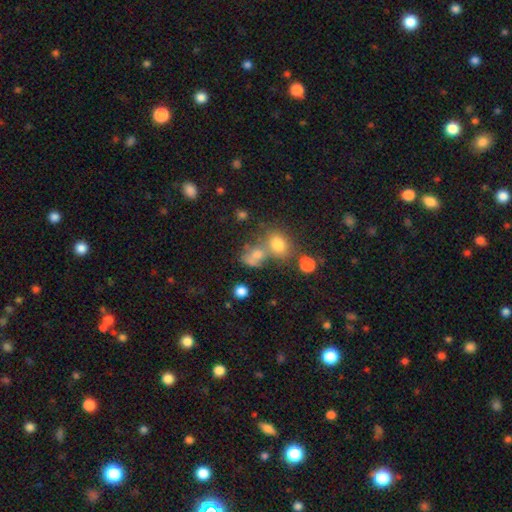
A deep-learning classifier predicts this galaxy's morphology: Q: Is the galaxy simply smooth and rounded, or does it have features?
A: smooth — 68%.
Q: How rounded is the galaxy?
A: in between — 52%.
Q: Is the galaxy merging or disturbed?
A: merger — 47%.